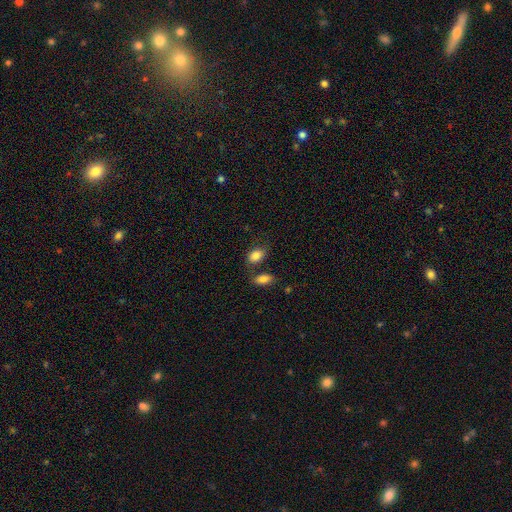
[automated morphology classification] type=smooth (85%); roundness=in between (84%); merging=none (60%).